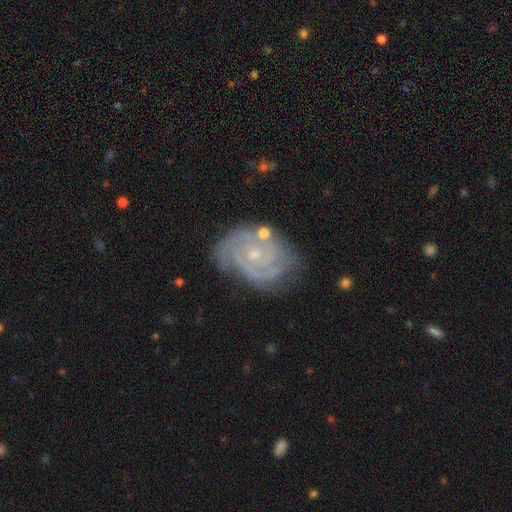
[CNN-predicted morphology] featured or disk 85%, smooth 9%, star or artifact 7%. Down the decision tree: edge-on disk — no (97%); bar — no (73%); spiral arms — yes (95%); spiral arm count — 2 (36%); spiral winding — tight (69%); bulge size — small (72%); merging — none (67%).